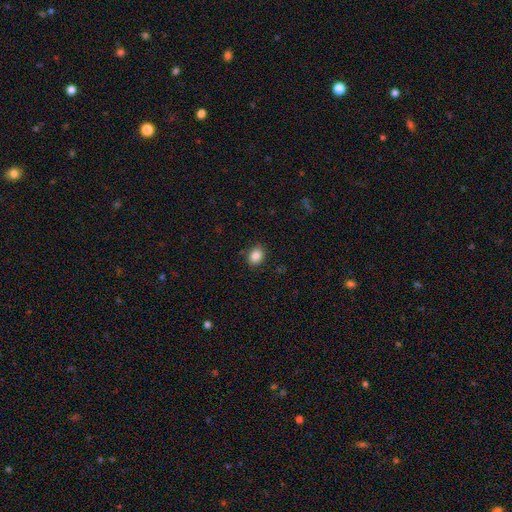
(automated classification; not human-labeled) smooth_or_featured: smooth (p=0.86) [alt: star or artifact p=0.10]
how_rounded: in between (p=0.52) [alt: round p=0.47]
merging: none (p=0.86) [alt: minor disturbance p=0.10]